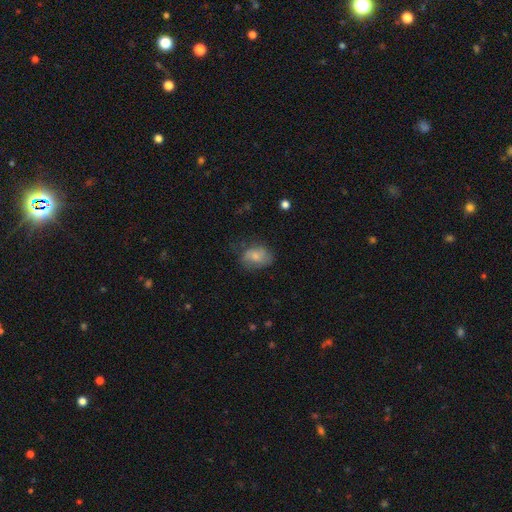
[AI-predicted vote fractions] A smooth galaxy with no disk features (60%) that is in between round and cigar-shaped (67%).

Vote fractions:
- Smooth or featured? smooth: 60% / featured or disk: 32% / star or artifact: 8%
- How rounded? in between: 67% / round: 32% / cigar-shaped: 1%
- Merging? none: 53% / minor disturbance: 29% / major disturbance: 16% / merger: 2%